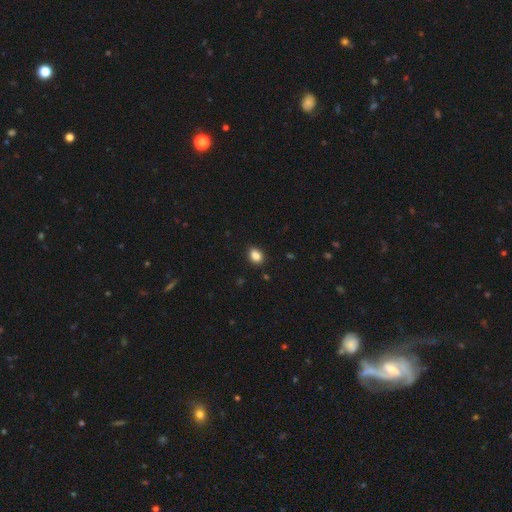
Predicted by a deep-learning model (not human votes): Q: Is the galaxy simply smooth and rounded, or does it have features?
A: smooth — 87%.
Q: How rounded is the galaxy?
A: in between — 68%.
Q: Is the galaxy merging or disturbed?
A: none — 85%.